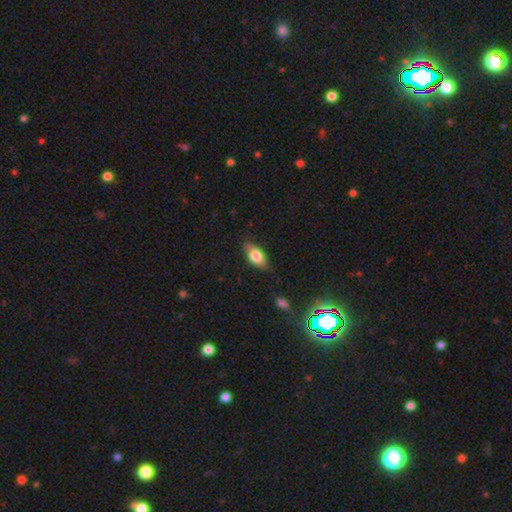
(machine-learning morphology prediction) The model was most divided on "smooth or featured": smooth: 67%, featured or disk: 26%, star or artifact: 8%. More confident: how rounded — in between (84%); merging — none (78%).